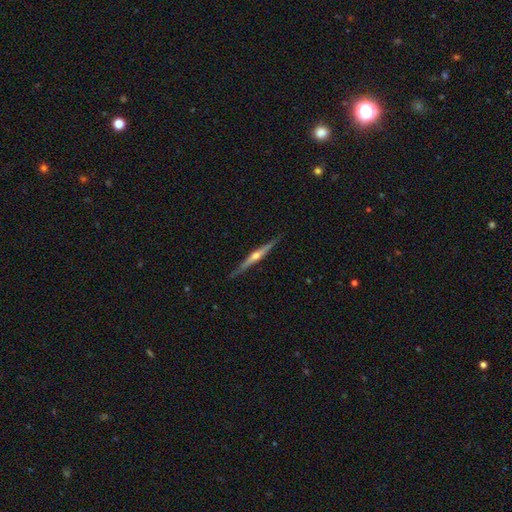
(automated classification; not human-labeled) Smooth or featured? Predicted: featured or disk (p=0.78). Edge-on disk? Predicted: yes (p=0.98). Edge-on bulge? Predicted: rounded (p=0.89). Merging? Predicted: none (p=0.87).